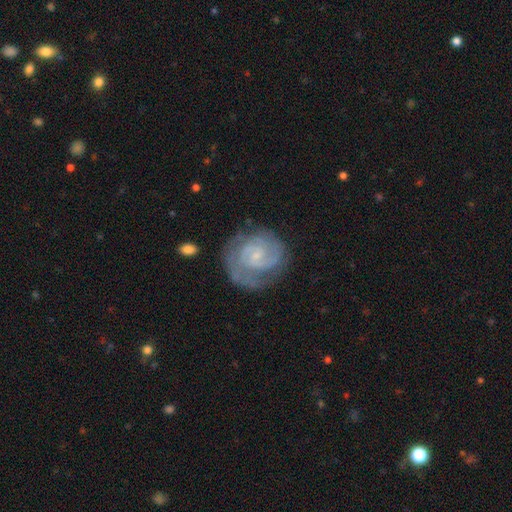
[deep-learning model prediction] Smooth or featured?
  - featured or disk: 82% *
  - smooth: 12%
  - star or artifact: 6%
Edge-on disk?
  - no: 98% *
  - yes: 2%
Bar?
  - no: 56% *
  - weak: 37%
  - strong: 7%
Spiral arms?
  - yes: 95% *
  - no: 5%
Spiral winding?
  - tight: 59% *
  - medium: 33%
  - loose: 8%
Spiral arm count?
  - 2: 52% *
  - can't tell: 21%
  - 3: 13%
  - 1: 7%
  - 4: 4%
  - more than 4: 3%
Bulge size?
  - small: 75% *
  - moderate: 13%
  - none: 10%
  - large: 1%
  - dominant: 1%
Merging?
  - none: 70% *
  - minor disturbance: 18%
  - major disturbance: 10%
  - merger: 2%